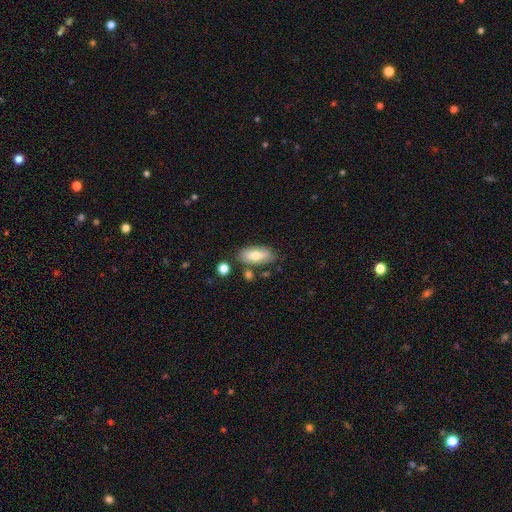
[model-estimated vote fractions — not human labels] Morphology: type=smooth (62%); roundness=in between (85%); merging=none (71%).